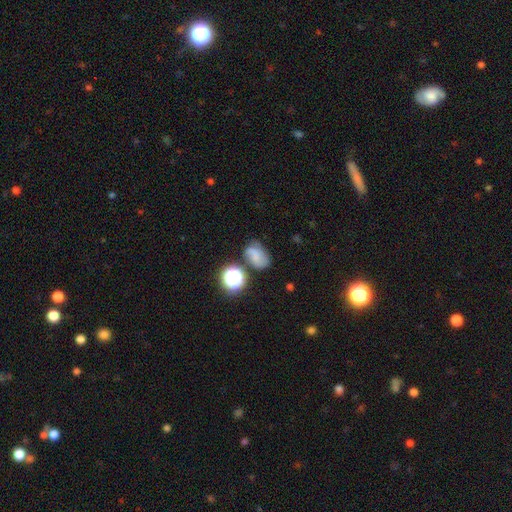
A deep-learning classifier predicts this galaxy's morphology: Q: Smooth or featured?
A: smooth (57%); runner-up: featured or disk (26%)
Q: How rounded?
A: in between (70%); runner-up: round (28%)
Q: Merging?
A: none (52%); runner-up: minor disturbance (25%)